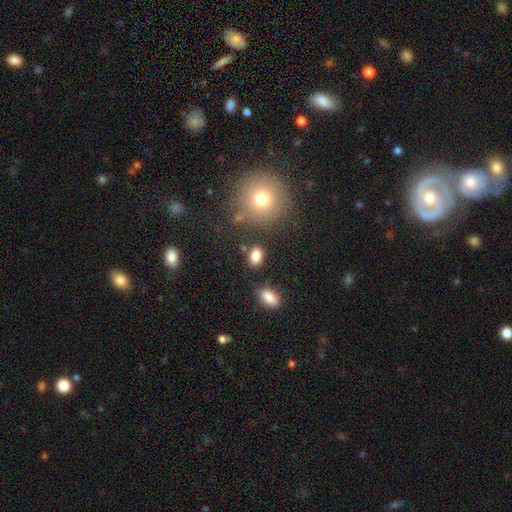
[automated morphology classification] Q: Smooth or featured?
A: smooth (83%); runner-up: star or artifact (11%)
Q: How rounded?
A: in between (72%); runner-up: round (27%)
Q: Merging?
A: none (80%); runner-up: minor disturbance (11%)